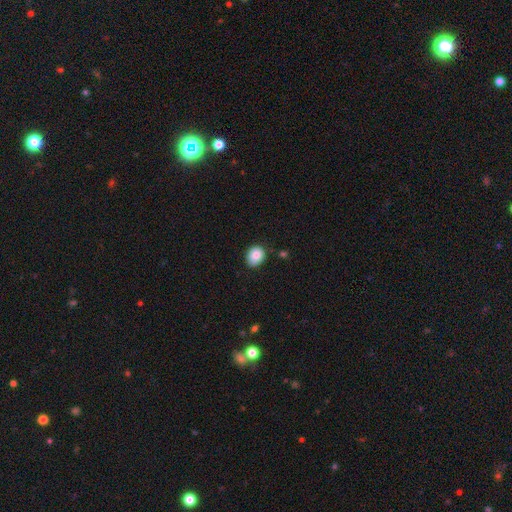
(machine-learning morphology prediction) Smooth or featured: smooth — 85% (star or artifact — 8%)
How rounded: round — 56% (in between — 43%)
Merging: none — 78% (minor disturbance — 18%)